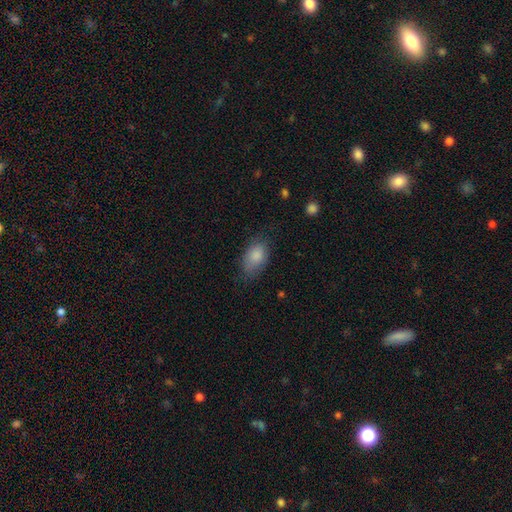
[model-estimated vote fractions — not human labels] Morphology: type=smooth (85%); roundness=in between (88%); merging=none (65%).